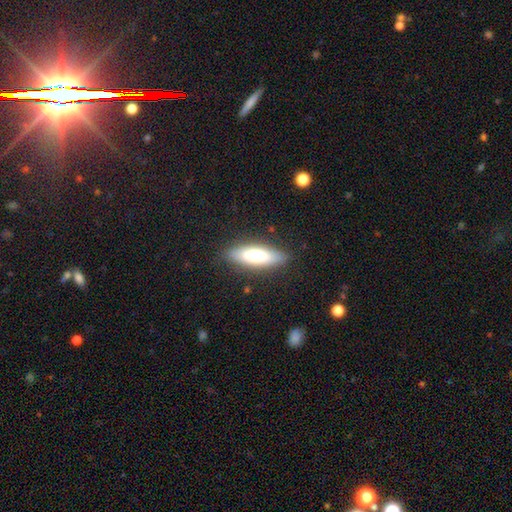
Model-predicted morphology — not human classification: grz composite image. It shows a smooth galaxy with no disk features (69%) that is in between round and cigar-shaped (50%). Merging: none (86%).